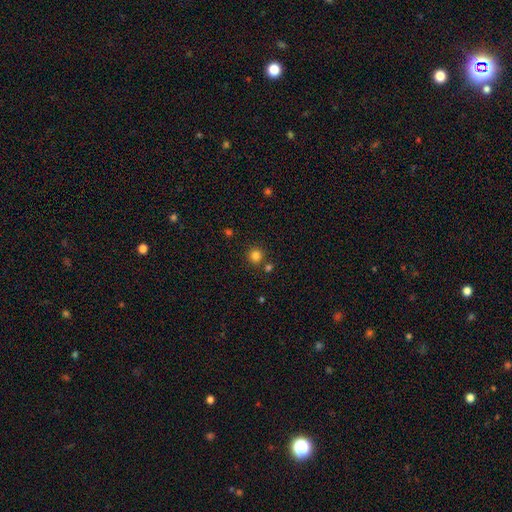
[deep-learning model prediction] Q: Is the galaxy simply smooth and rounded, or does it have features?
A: smooth — 82%.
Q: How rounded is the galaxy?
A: round — 92%.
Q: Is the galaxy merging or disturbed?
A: none — 81%.